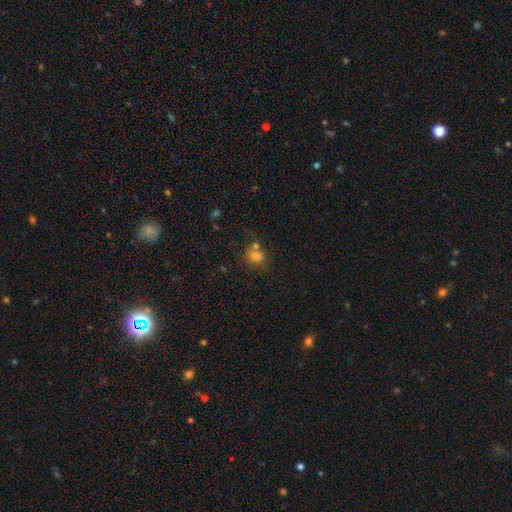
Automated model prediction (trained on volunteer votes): Overall: smooth (70%). How rounded: in between (51%; round 47%). Merging: none (50%; merger 27%).